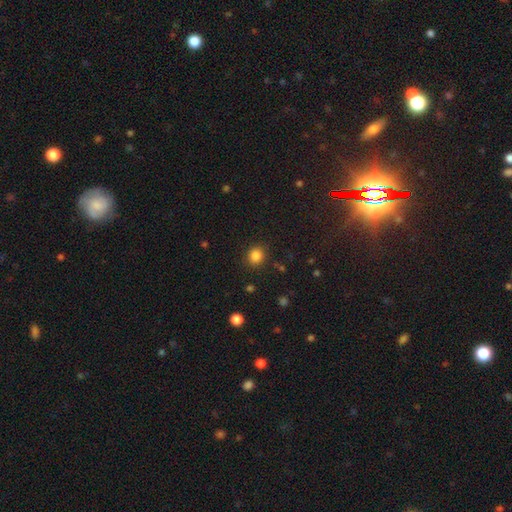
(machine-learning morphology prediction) Smooth or featured? smooth (85%)
How rounded? round (79%)
Merging? none (88%)